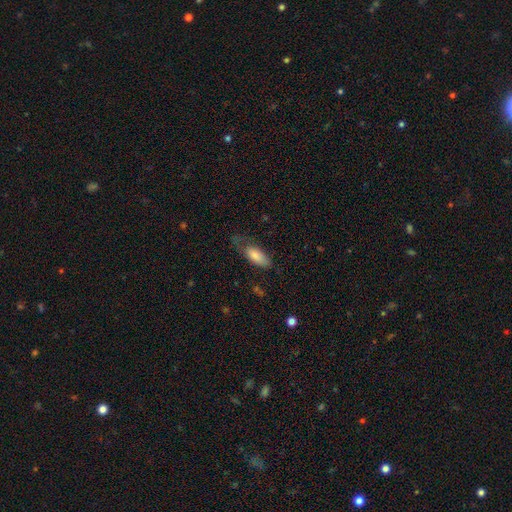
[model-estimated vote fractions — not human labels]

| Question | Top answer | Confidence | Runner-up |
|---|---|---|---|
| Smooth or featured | smooth | 79% | featured or disk (14%) |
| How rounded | in between | 85% | cigar-shaped (13%) |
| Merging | none | 37% | minor disturbance (31%) |